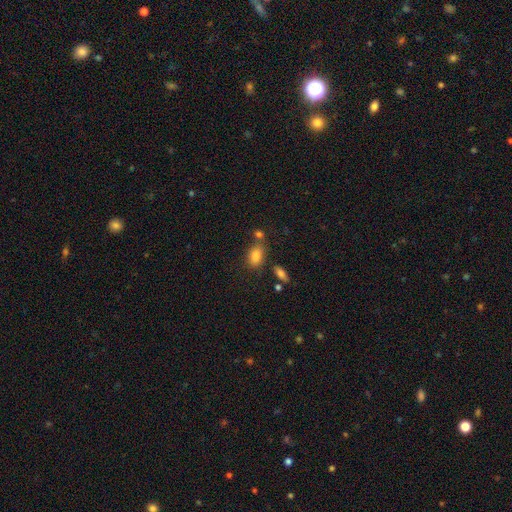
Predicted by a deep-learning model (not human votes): Q: Smooth or featured?
A: smooth (83%); runner-up: star or artifact (10%)
Q: How rounded?
A: in between (81%); runner-up: round (17%)
Q: Merging?
A: none (67%); runner-up: minor disturbance (15%)